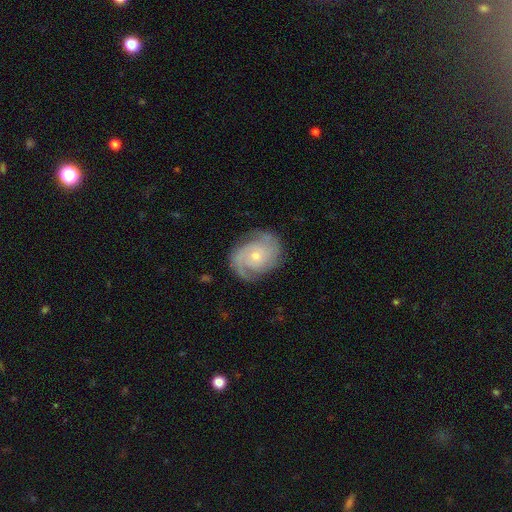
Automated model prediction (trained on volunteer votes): This is clearly a featured or disk galaxy (85%). It is clearly not viewed edge-on (98%). Bar: likely no (75%). Spiral arm pattern: clearly yes (96%). Spiral arm count: likely 2 (64%). Spiral winding: possibly tight (52%). Central bulge: likely small (63%). Merging: likely none (77%).